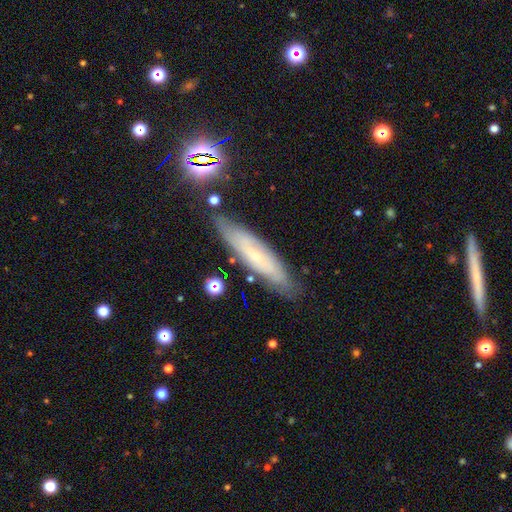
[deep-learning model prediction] Overall: featured or disk (53%; smooth 36%). Edge-on disk: no (51%; yes 49%). Merging: none (80%).